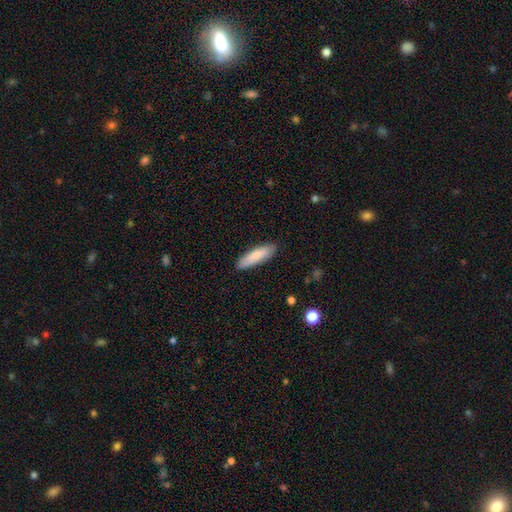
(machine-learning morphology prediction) type=smooth (83%); roundness=cigar-shaped (63%); merging=none (88%).